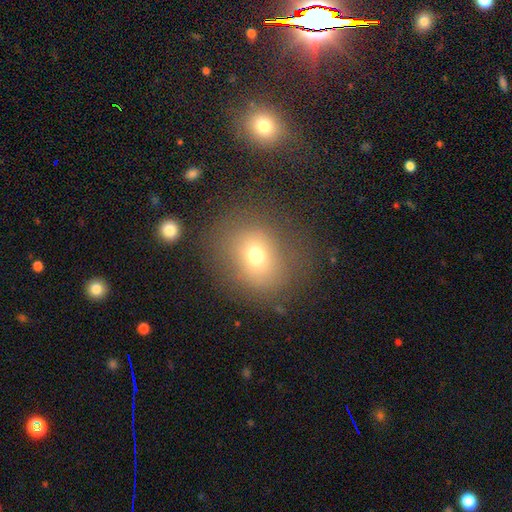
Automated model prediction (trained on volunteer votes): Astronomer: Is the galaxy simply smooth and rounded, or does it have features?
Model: smooth — 68%.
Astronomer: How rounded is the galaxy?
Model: round — 66%.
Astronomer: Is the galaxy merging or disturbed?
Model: none — 72%.